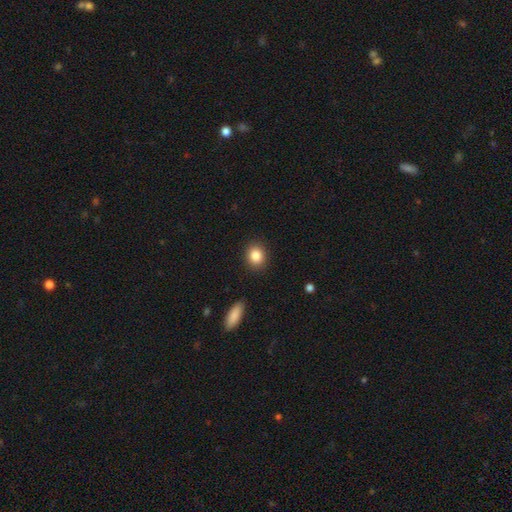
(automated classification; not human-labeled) A smooth galaxy with no disk features (86%) that is round (67%).

Vote fractions:
- Smooth or featured? smooth: 86% / star or artifact: 9% / featured or disk: 5%
- How rounded? round: 67% / in between: 32% / cigar-shaped: 1%
- Merging? none: 90% / minor disturbance: 7% / major disturbance: 2% / merger: 1%